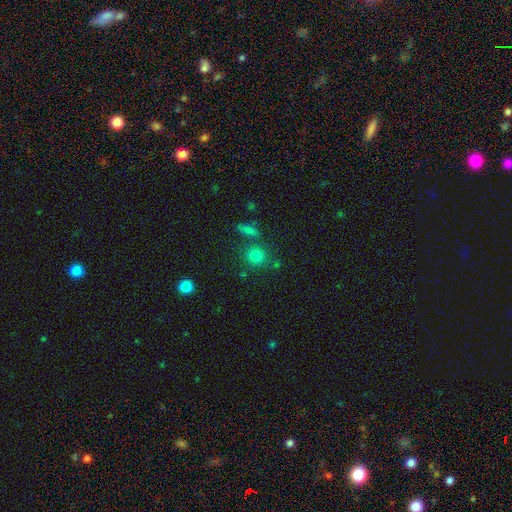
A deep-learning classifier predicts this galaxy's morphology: smooth 78%, star or artifact 14%, featured or disk 8%. Down the decision tree: how rounded — round (85%); merging — none (72%).